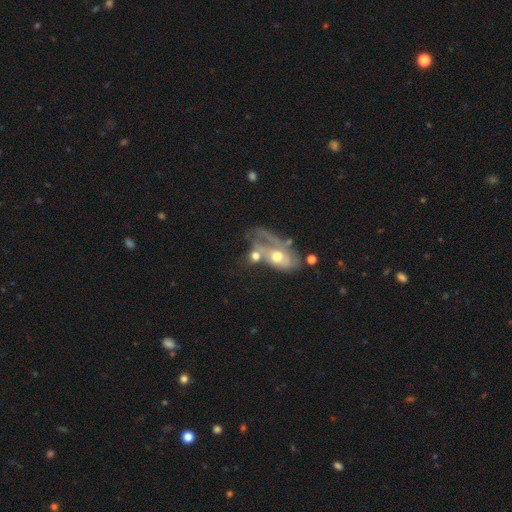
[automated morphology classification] A featured or disk galaxy (51%).

Vote fractions:
- Smooth or featured? featured or disk: 51% / smooth: 39% / star or artifact: 9%
- Edge-on disk? no: 92% / yes: 8%
- Merging? merger: 47% / major disturbance: 24% / none: 17% / minor disturbance: 12%